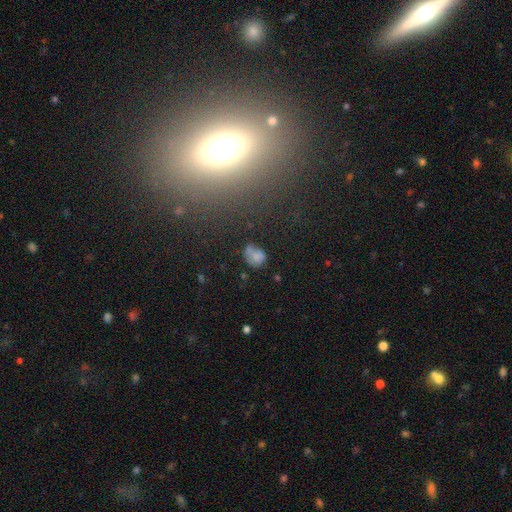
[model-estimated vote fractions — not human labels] Morphology: type=smooth (66%); roundness=round (51%); merging=none (45%).